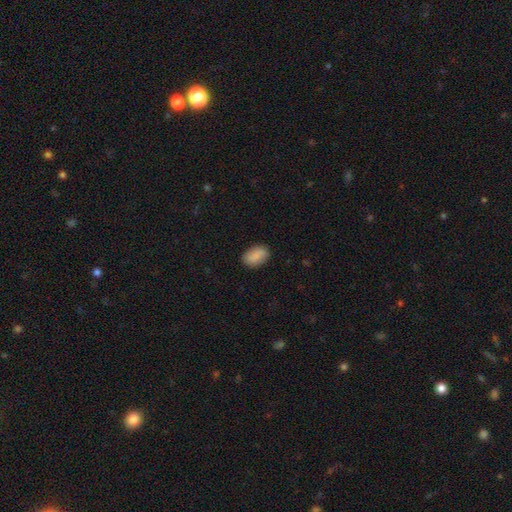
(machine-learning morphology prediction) Smooth or featured: smooth — 87% (star or artifact — 7%)
How rounded: in between — 88% (round — 10%)
Merging: none — 86% (minor disturbance — 11%)